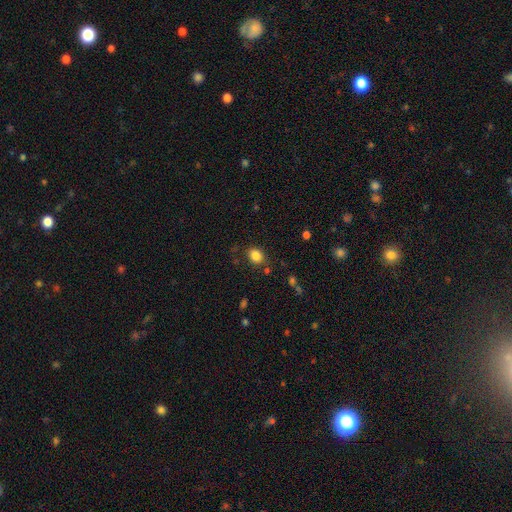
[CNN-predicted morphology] Overall: smooth (84%). How rounded: round (53%; in between 47%). Merging: none (82%).